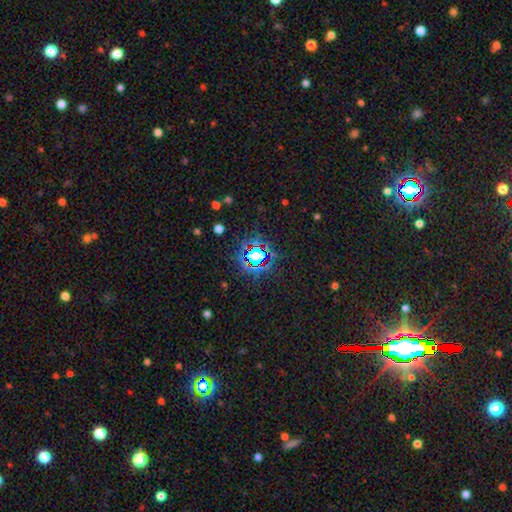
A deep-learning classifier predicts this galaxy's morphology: This appears to be a star or artifact, not a galaxy (71%).